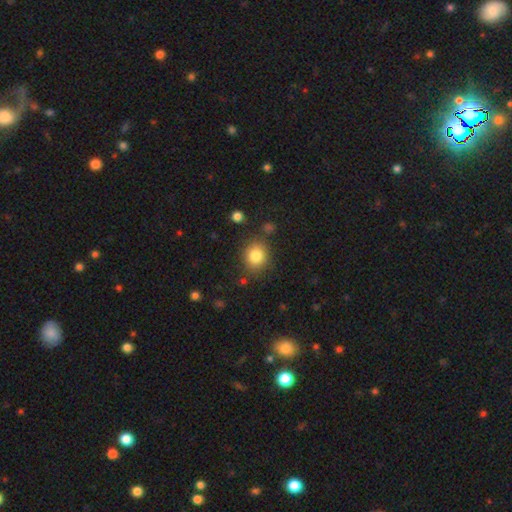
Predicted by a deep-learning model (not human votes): Morphology: type=smooth (83%); roundness=round (79%); merging=none (83%).